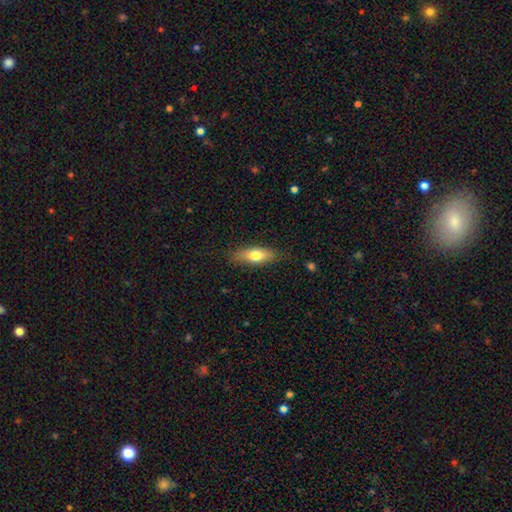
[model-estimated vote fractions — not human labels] This appears to be a smooth galaxy with no disk features (68%) that is in between round and cigar-shaped (64%). Merging: none (83%).